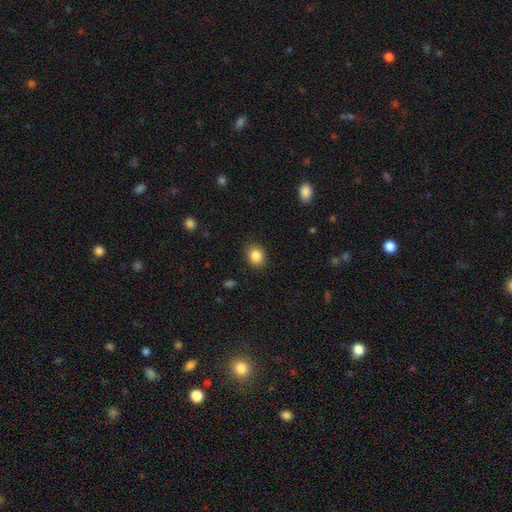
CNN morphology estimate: Smooth or featured: smooth — 86% (star or artifact — 9%)
How rounded: round — 58% (in between — 41%)
Merging: none — 87% (minor disturbance — 9%)